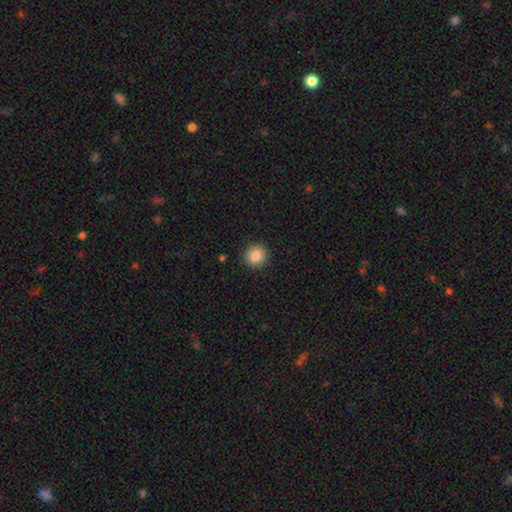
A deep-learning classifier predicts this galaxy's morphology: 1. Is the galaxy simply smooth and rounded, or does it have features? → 83% smooth, 10% star or artifact, 7% featured or disk.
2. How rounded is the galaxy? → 93% round, 6% in between, 1% cigar-shaped.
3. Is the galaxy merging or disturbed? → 92% none, 5% minor disturbance, 2% major disturbance, 1% merger.